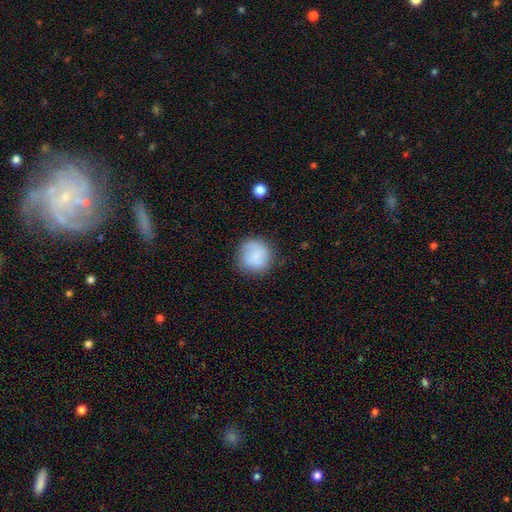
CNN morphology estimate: smooth_or_featured: smooth (p=0.81) [alt: featured or disk p=0.11]
how_rounded: round (p=0.91) [alt: in between p=0.08]
merging: none (p=0.75) [alt: minor disturbance p=0.17]